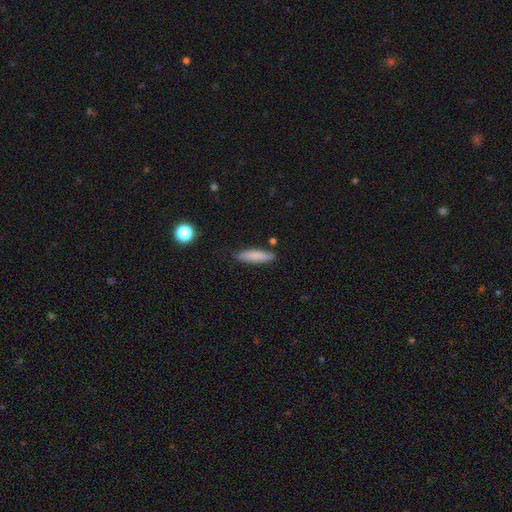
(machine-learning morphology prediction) smooth_or_featured: smooth (p=0.80) [alt: featured or disk p=0.13]
how_rounded: cigar-shaped (p=0.72) [alt: in between p=0.26]
merging: none (p=0.81) [alt: minor disturbance p=0.13]